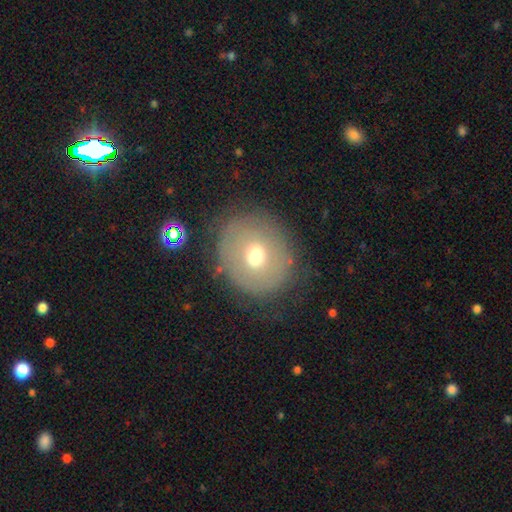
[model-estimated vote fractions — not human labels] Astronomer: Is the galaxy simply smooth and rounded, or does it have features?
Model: smooth — 58%.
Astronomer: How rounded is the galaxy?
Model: round — 78%.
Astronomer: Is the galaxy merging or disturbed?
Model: none — 76%.